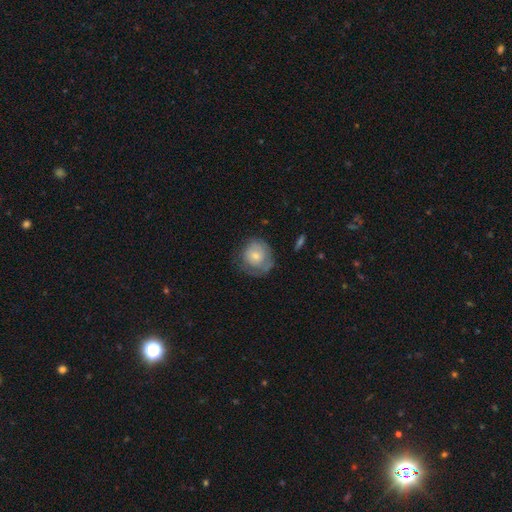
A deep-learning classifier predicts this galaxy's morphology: Smooth or featured? smooth (64%)
How rounded? round (84%)
Merging? none (55%)